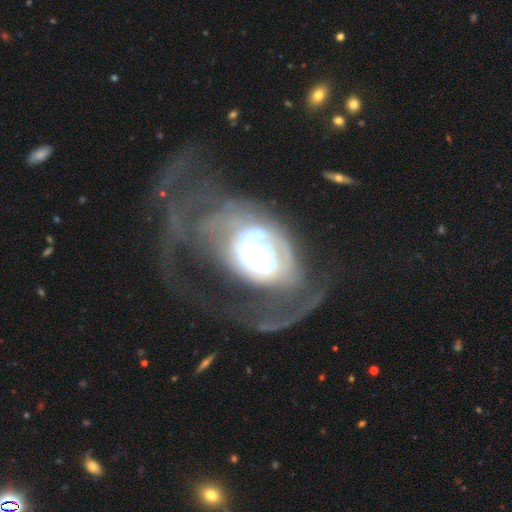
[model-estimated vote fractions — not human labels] smooth_or_featured: featured or disk (p=0.80) [alt: smooth p=0.11]
disk_edge_on: no (p=0.97) [alt: yes p=0.03]
bar: no (p=0.76) [alt: weak p=0.15]
has_spiral_arms: yes (p=0.76) [alt: no p=0.24]
spiral_winding: tight (p=0.43) [alt: medium p=0.31]
spiral_arm_count: can't tell (p=0.29) [alt: 2 p=0.28]
bulge_size: large (p=0.41) [alt: moderate p=0.33]
merging: major disturbance (p=0.56) [alt: none p=0.24]